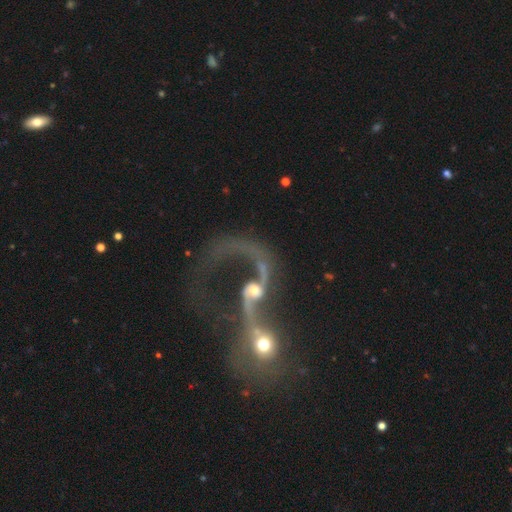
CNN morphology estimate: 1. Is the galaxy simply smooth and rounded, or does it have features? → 78% featured or disk, 12% smooth, 10% star or artifact.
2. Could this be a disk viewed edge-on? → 96% no, 4% yes.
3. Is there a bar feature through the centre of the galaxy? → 52% no, 30% weak, 17% strong.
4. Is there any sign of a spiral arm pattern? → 79% yes, 21% no.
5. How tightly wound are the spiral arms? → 84% loose, 13% medium, 3% tight.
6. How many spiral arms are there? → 63% 2, 27% 1, 4% can't tell, 2% 3, 1% 4, 1% more than 4.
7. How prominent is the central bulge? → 44% moderate, 38% small, 8% none, 7% large, 3% dominant.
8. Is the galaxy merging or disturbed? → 60% merger, 20% major disturbance, 13% none, 7% minor disturbance.